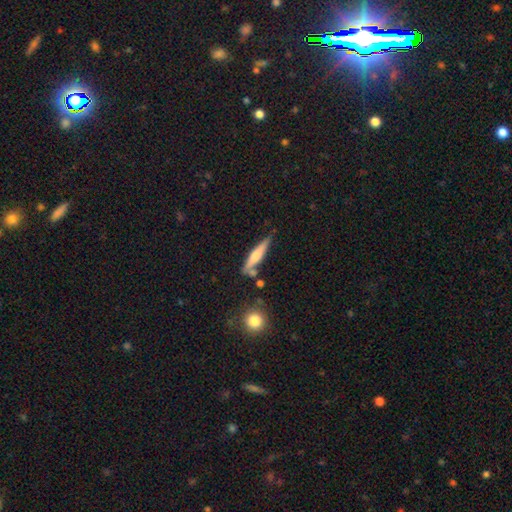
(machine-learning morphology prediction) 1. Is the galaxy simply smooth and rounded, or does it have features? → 48% smooth, 45% featured or disk, 6% star or artifact.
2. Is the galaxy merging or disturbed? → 74% none, 15% minor disturbance, 8% merger, 3% major disturbance.